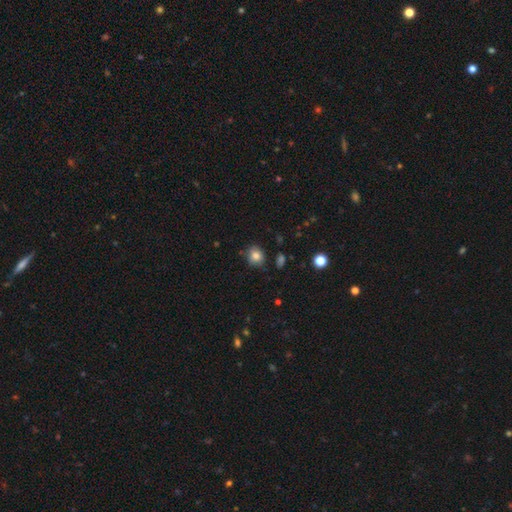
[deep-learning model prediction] A smooth galaxy with no disk features (82%) that is round (73%).

Vote fractions:
- Smooth or featured? smooth: 82% / star or artifact: 11% / featured or disk: 7%
- How rounded? round: 73% / in between: 26% / cigar-shaped: 1%
- Merging? none: 79% / minor disturbance: 15% / major disturbance: 3% / merger: 2%